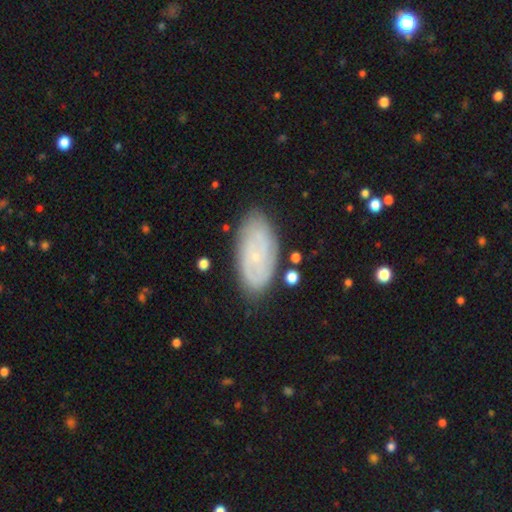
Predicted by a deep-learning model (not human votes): This is likely a featured or disk galaxy (65%). It is clearly not viewed edge-on (94%). Bar: likely no (72%). Spiral arm pattern: clearly yes (85%). Spiral arm count: marginally can't tell (42%). Spiral winding: likely tight (61%). Central bulge: clearly small (84%). Merging: clearly none (80%).